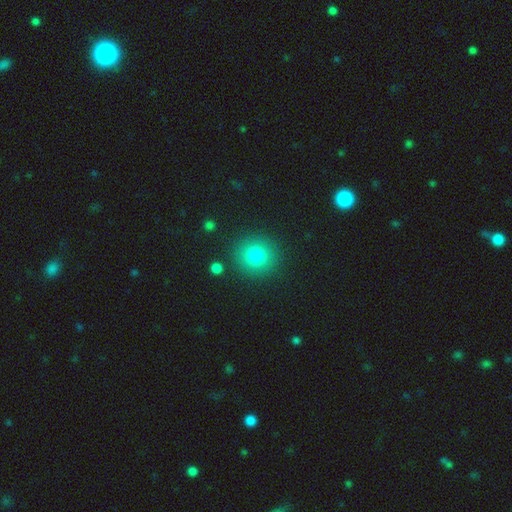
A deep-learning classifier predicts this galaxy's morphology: smooth-or-featured: smooth: 80% | star or artifact: 12% | featured or disk: 7%
  how-rounded: round: 91% | in between: 8% | cigar-shaped: 1%
  merging: none: 88% | minor disturbance: 7% | major disturbance: 3% | merger: 3%